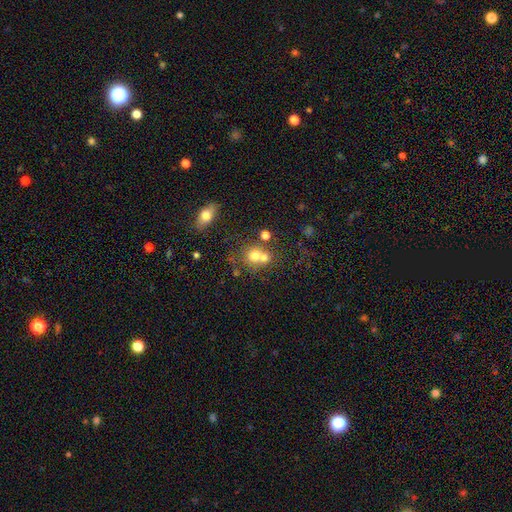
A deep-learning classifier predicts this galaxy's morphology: smooth-or-featured: smooth: 67% | featured or disk: 19% | star or artifact: 15%
  how-rounded: round: 80% | in between: 19% | cigar-shaped: 1%
  merging: merger: 48% | none: 40% | minor disturbance: 8% | major disturbance: 4%